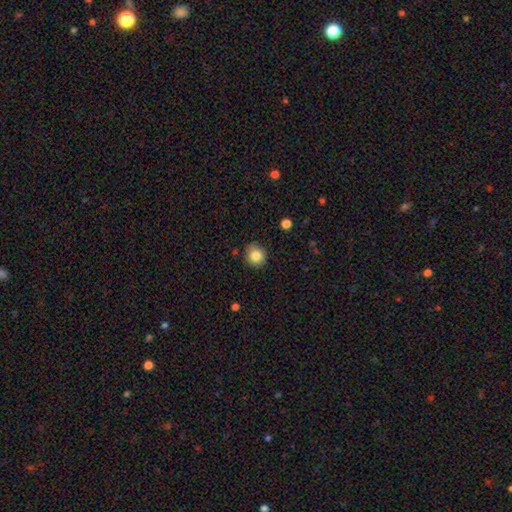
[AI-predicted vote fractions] Smooth or featured: smooth — 83% (star or artifact — 10%)
How rounded: round — 86% (in between — 13%)
Merging: none — 87% (minor disturbance — 10%)